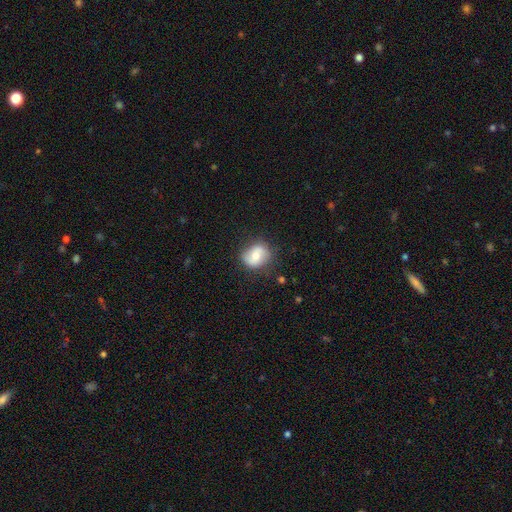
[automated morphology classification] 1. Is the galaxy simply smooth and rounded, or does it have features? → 59% smooth, 33% featured or disk, 8% star or artifact.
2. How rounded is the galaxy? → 61% round, 38% in between, 1% cigar-shaped.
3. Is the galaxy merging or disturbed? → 74% none, 19% minor disturbance, 5% major disturbance, 2% merger.